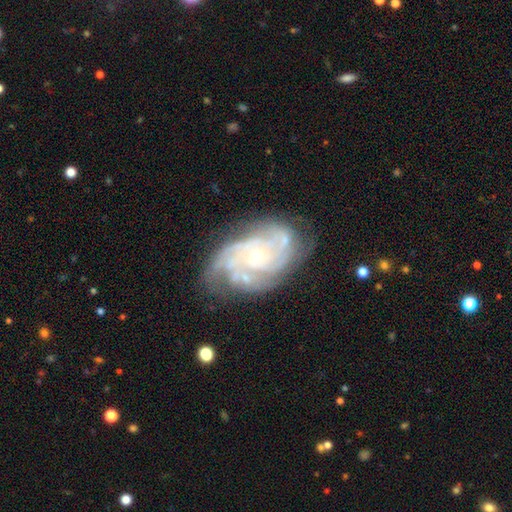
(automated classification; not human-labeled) Smooth or featured? Predicted: featured or disk (p=0.86). Edge-on disk? Predicted: no (p=0.96). Bar? Predicted: no (p=0.75). Spiral arms? Predicted: yes (p=0.95). Spiral winding? Predicted: tight (p=0.66). Spiral arm count? Predicted: can't tell (p=0.28). Bulge size? Predicted: small (p=0.62). Merging? Predicted: none (p=0.67).